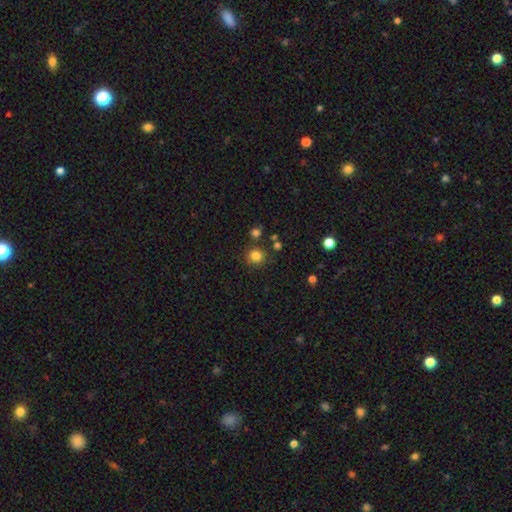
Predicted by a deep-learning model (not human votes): smooth-or-featured: smooth: 82% | star or artifact: 13% | featured or disk: 5%
  how-rounded: round: 91% | in between: 8% | cigar-shaped: 1%
  merging: none: 84% | minor disturbance: 8% | merger: 5% | major disturbance: 3%